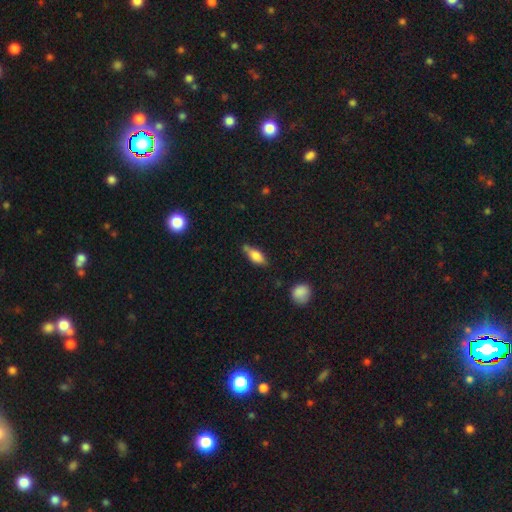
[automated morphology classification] The model was most divided on "merging": none: 62%, minor disturbance: 23%, merger: 10%, major disturbance: 5%. More confident: smooth or featured — smooth (71%); how rounded — in between (71%).